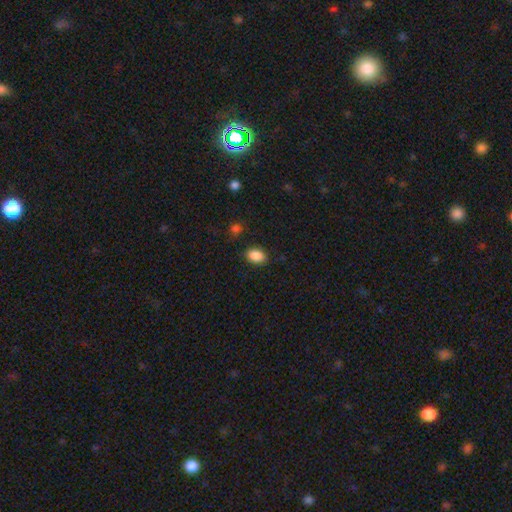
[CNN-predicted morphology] type=smooth (88%); roundness=in between (82%); merging=none (84%).